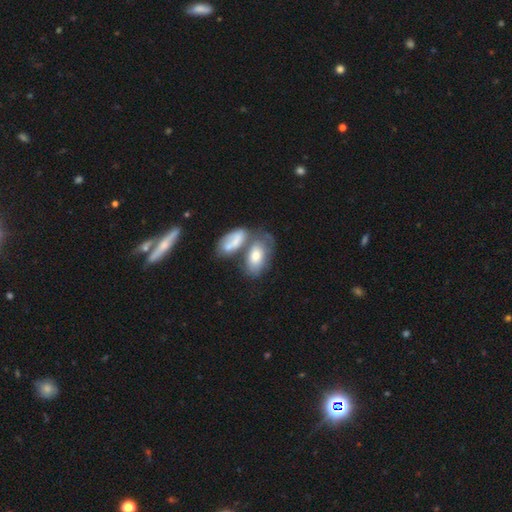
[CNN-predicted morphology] Smooth or featured: smooth — 64% (featured or disk — 29%)
How rounded: in between — 89% (round — 7%)
Merging: merger — 44% (none — 34%)